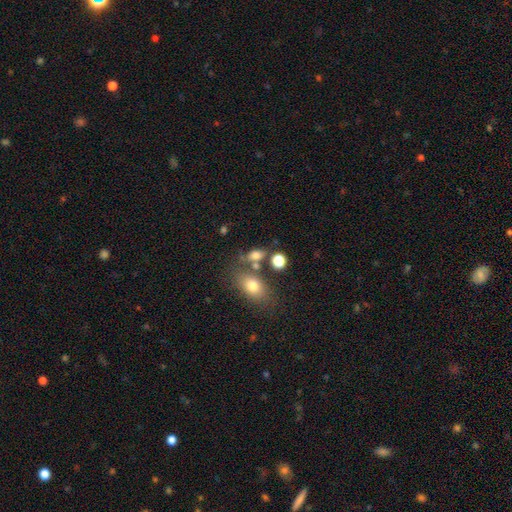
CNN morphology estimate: This is likely a smooth galaxy (73%). How rounded: likely in between (72%). Merging: possibly none (54%).